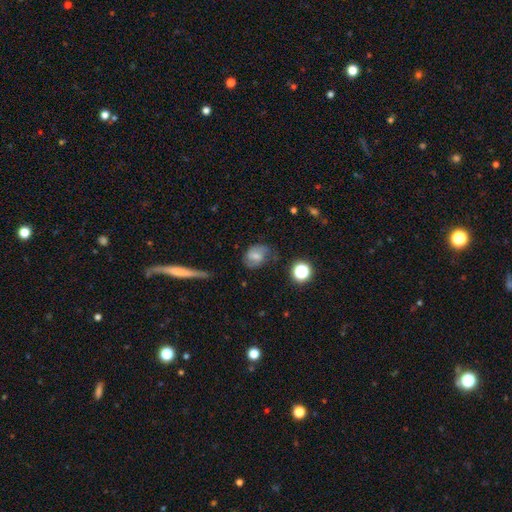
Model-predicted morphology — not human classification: The model was most divided on "smooth or featured": smooth: 55%, featured or disk: 34%, star or artifact: 11%. More confident: how rounded — in between (63%); merging — none (59%).